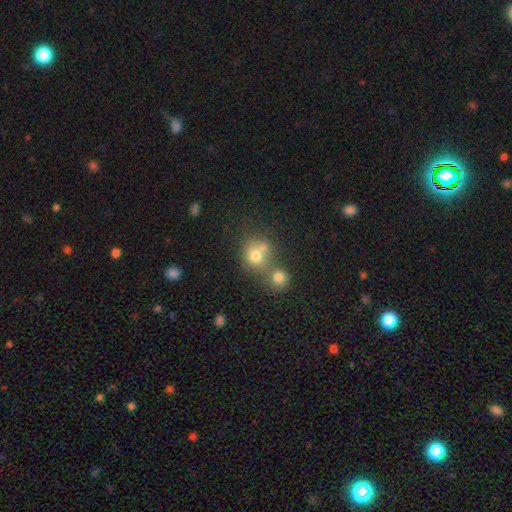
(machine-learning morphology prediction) The model was most divided on "merging": merger: 50%, none: 36%, minor disturbance: 9%, major disturbance: 5%. More confident: how rounded — round (76%); smooth or featured — smooth (73%).